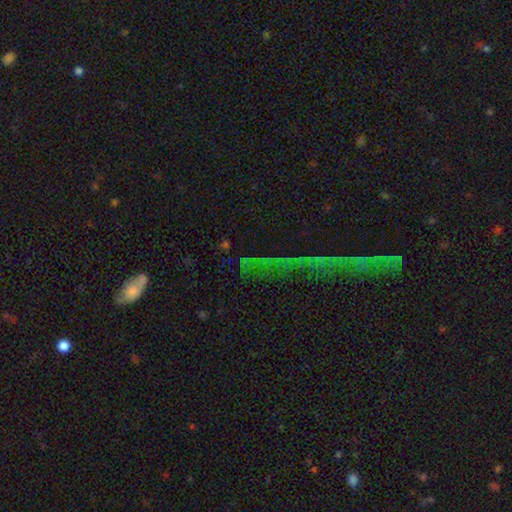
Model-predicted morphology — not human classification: A star or artifact, not a galaxy (76%).